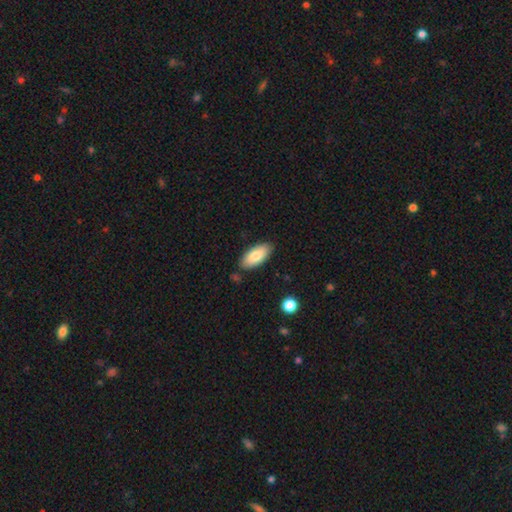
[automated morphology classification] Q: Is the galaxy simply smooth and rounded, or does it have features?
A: smooth — 83%.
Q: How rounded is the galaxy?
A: in between — 88%.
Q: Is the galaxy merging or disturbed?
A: none — 84%.